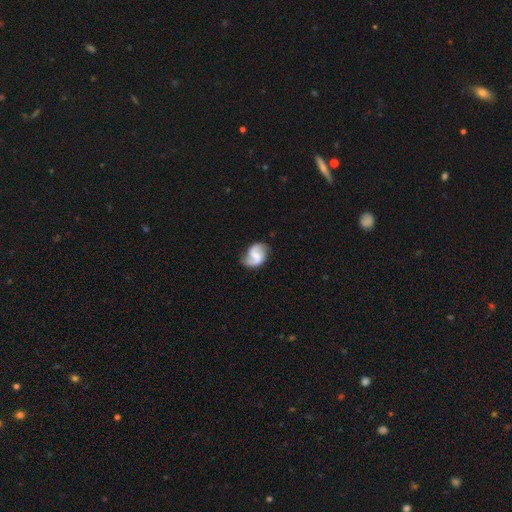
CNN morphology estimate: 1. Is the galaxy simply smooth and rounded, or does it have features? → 79% featured or disk, 15% smooth, 6% star or artifact.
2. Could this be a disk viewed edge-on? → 98% no, 2% yes.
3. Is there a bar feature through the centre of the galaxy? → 49% weak, 33% no, 18% strong.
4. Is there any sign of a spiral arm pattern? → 96% yes, 4% no.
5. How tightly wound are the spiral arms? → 44% medium, 41% loose, 16% tight.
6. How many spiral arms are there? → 91% 2, 3% can't tell, 3% 1, 1% 3, 1% 4, 1% more than 4.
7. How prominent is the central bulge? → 38% small, 28% moderate, 26% none, 6% large, 2% dominant.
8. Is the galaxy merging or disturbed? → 75% none, 18% minor disturbance, 6% major disturbance, 2% merger.